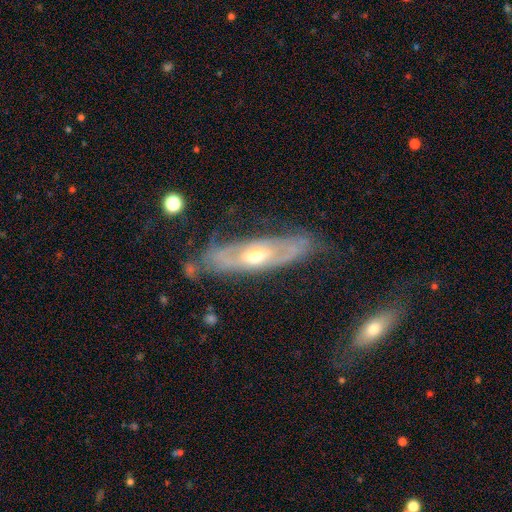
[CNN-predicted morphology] Smooth or featured?
  - featured or disk: 74% *
  - smooth: 21%
  - star or artifact: 6%
Edge-on disk?
  - no: 71% *
  - yes: 29%
Bar?
  - no: 61% *
  - weak: 29%
  - strong: 10%
Spiral arms?
  - yes: 67% *
  - no: 33%
Bulge size?
  - moderate: 69% *
  - small: 21%
  - large: 8%
  - none: 1%
  - dominant: 1%
Merging?
  - none: 69% *
  - minor disturbance: 21%
  - major disturbance: 8%
  - merger: 3%